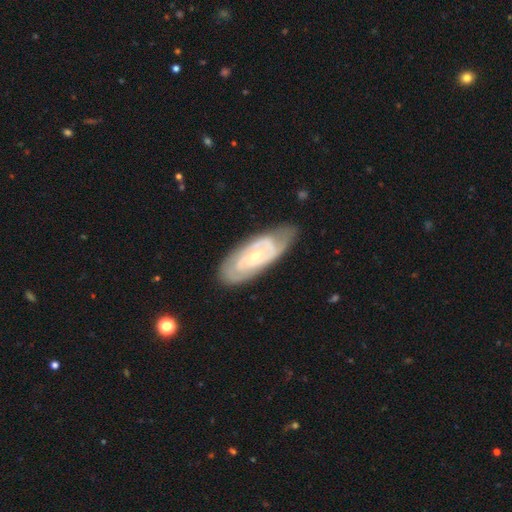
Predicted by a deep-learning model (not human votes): Smooth or featured? featured or disk (81%)
Edge-on disk? no (92%)
Bar? no (61%)
Spiral arms? yes (92%)
Spiral winding? tight (69%)
Spiral arm count? 2 (50%)
Bulge size? small (77%)
Merging? none (72%)